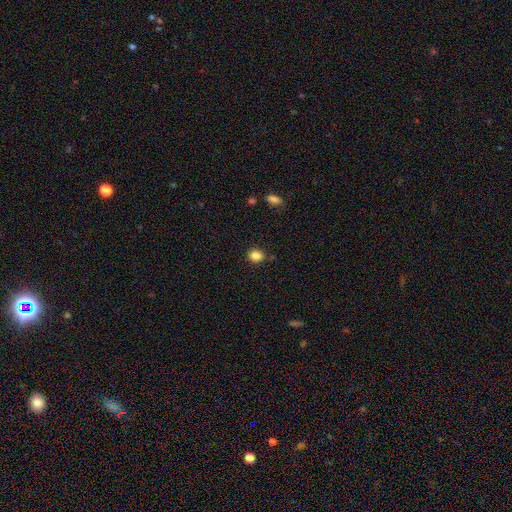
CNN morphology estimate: Smooth or featured: smooth — 85% (star or artifact — 11%)
How rounded: round — 73% (in between — 26%)
Merging: none — 86% (minor disturbance — 9%)